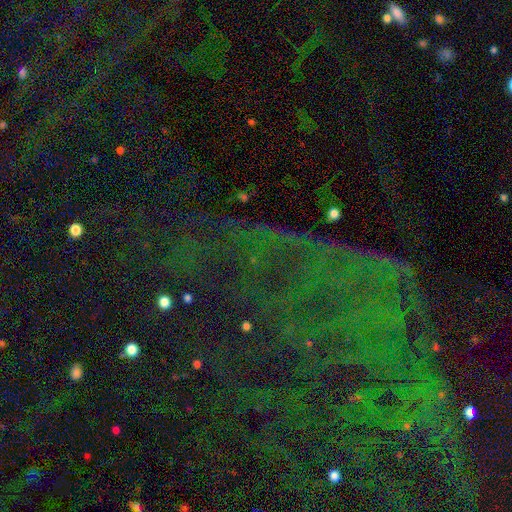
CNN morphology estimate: smooth_or_featured: star or artifact (p=0.79) [alt: featured or disk p=0.11]